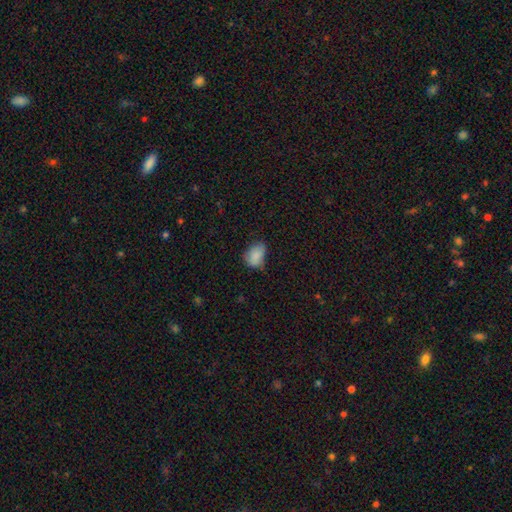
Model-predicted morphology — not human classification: Smooth or featured?
  - smooth: 82% *
  - featured or disk: 10%
  - star or artifact: 9%
How rounded?
  - in between: 76% *
  - round: 22%
  - cigar-shaped: 1%
Merging?
  - none: 48% *
  - minor disturbance: 40%
  - major disturbance: 10%
  - merger: 2%